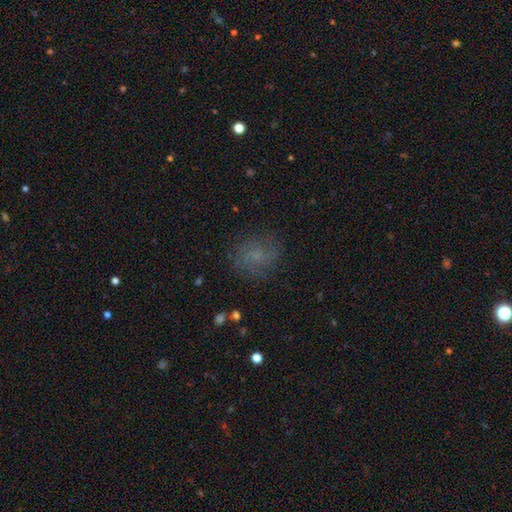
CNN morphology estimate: Smooth or featured?
  - smooth: 49% *
  - featured or disk: 32%
  - star or artifact: 19%
Merging?
  - none: 74% *
  - minor disturbance: 16%
  - major disturbance: 9%
  - merger: 1%